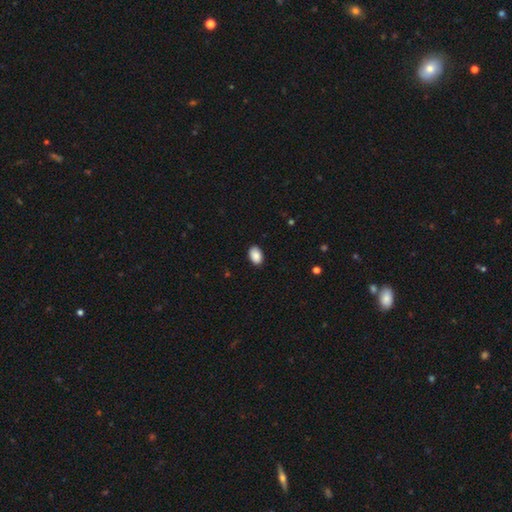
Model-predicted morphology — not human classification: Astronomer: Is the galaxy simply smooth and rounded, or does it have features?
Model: smooth — 90%.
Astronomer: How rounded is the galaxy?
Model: in between — 90%.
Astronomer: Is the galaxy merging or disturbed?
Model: none — 89%.